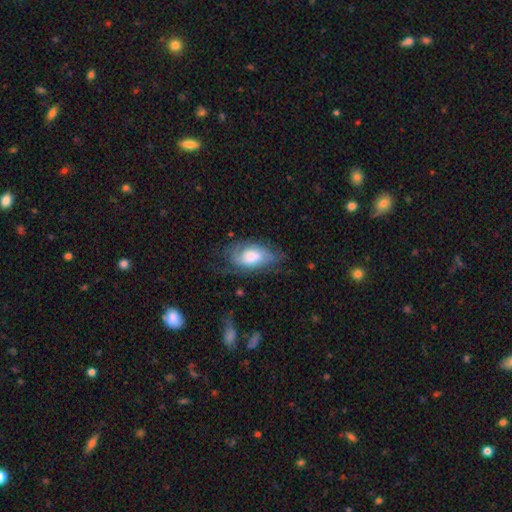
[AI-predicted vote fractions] Smooth or featured? Predicted: featured or disk (p=0.54). Edge-on disk? Predicted: no (p=0.93). Merging? Predicted: none (p=0.52).